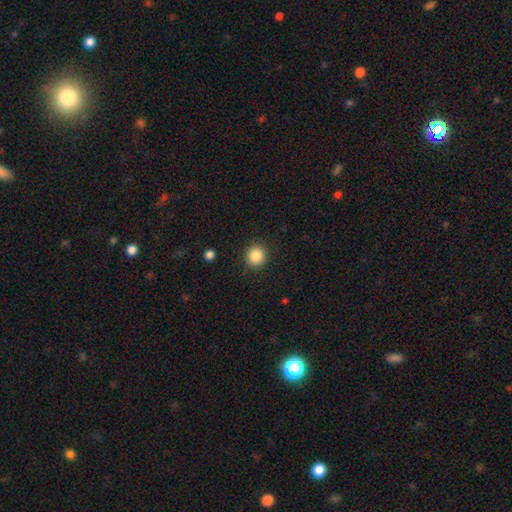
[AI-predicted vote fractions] Smooth or featured? Predicted: smooth (p=0.86). How rounded? Predicted: round (p=0.90). Merging? Predicted: none (p=0.90).